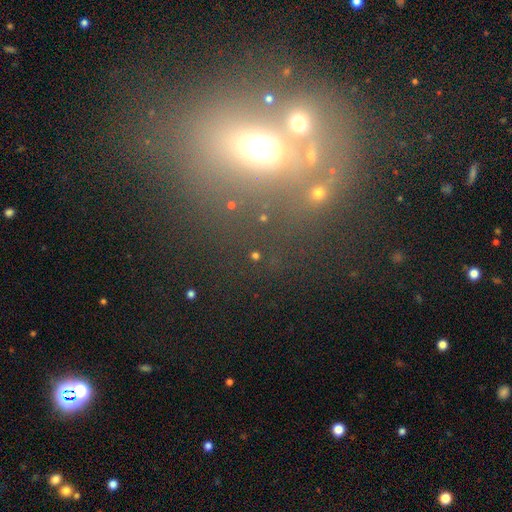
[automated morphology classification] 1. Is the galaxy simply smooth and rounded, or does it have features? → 52% star or artifact, 32% smooth, 15% featured or disk.